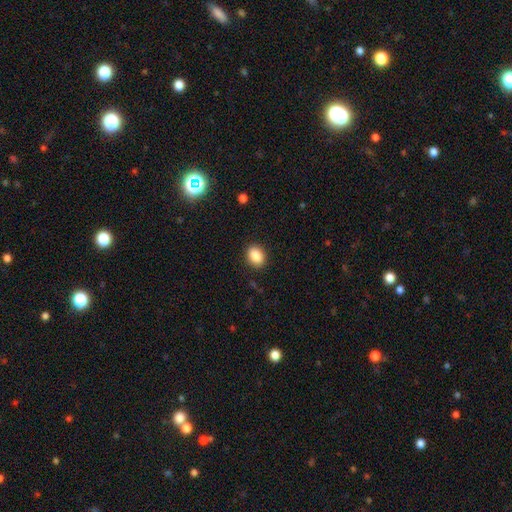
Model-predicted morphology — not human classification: Smooth or featured? Predicted: smooth (p=0.87). How rounded? Predicted: in between (p=0.58). Merging? Predicted: none (p=0.89).